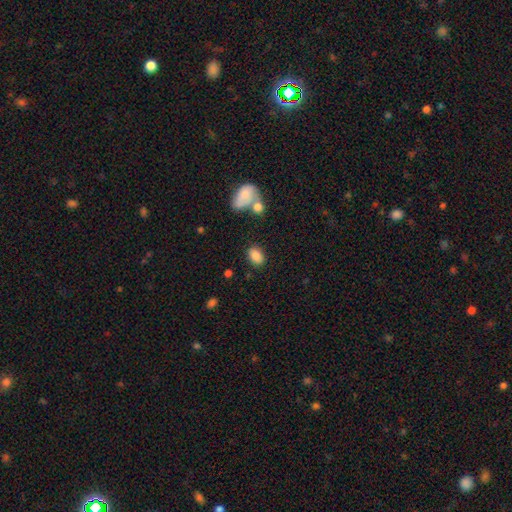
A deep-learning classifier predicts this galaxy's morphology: Smooth or featured? smooth (85%)
How rounded? in between (84%)
Merging? none (78%)